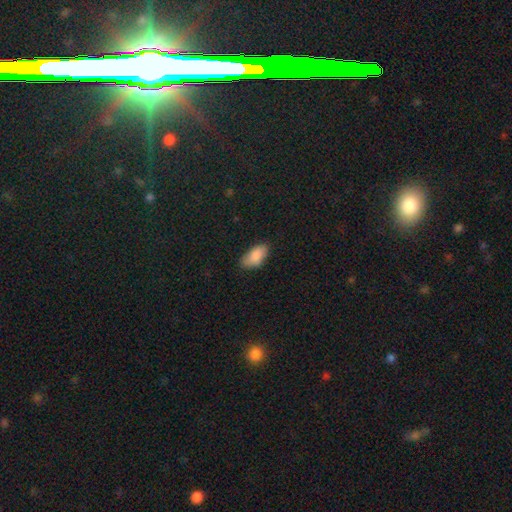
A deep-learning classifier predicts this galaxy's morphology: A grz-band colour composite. It shows a smooth galaxy with no disk features (87%) that is in between round and cigar-shaped (93%). Merging: none (72%).